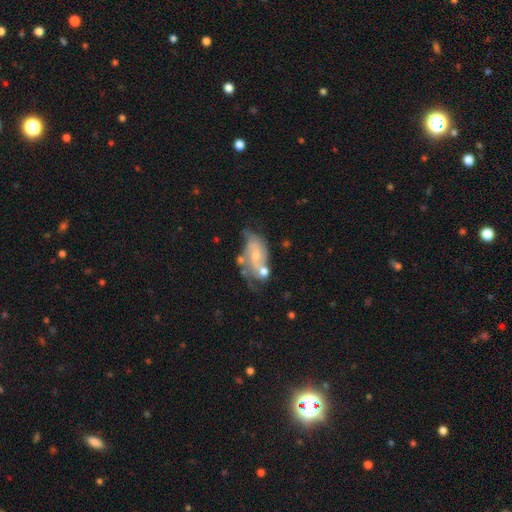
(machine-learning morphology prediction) type=featured or disk (73%); edge-on=no (95%); bar=no (51%); spiral arms=yes (82%); winding=medium (44%); arm count=2 (59%); bulge=small (50%); merging=none (37%).